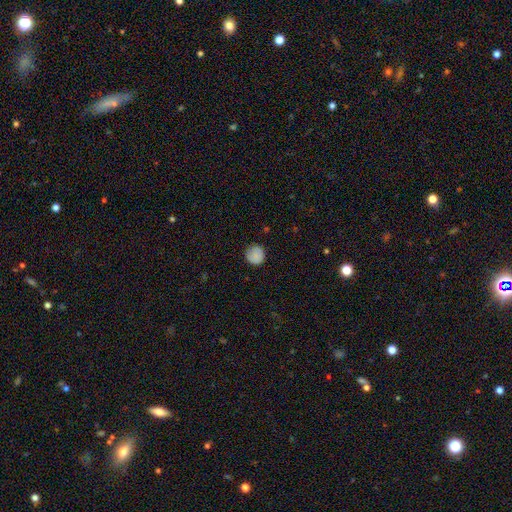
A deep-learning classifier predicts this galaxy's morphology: This appears to be a smooth galaxy with no disk features (85%) that is round (91%). Merging: none (82%).